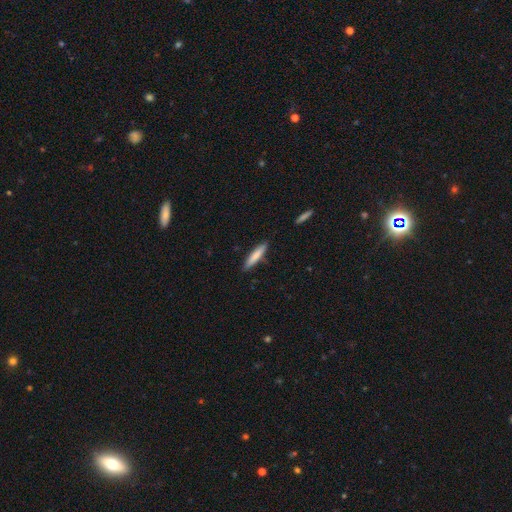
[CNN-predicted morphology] smooth_or_featured: smooth (p=0.77) [alt: featured or disk p=0.18]
how_rounded: cigar-shaped (p=0.88) [alt: in between p=0.11]
merging: none (p=0.87) [alt: minor disturbance p=0.10]